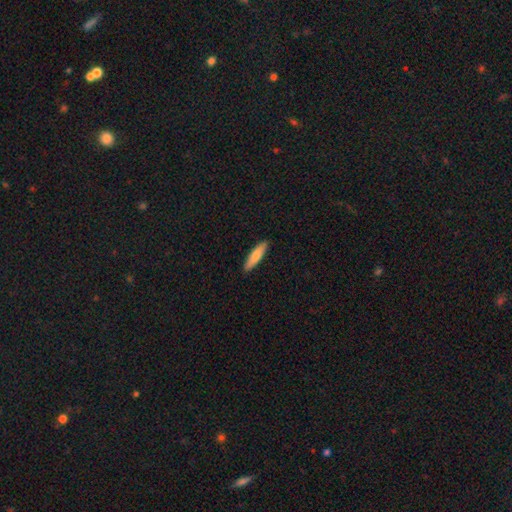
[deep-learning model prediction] A smooth galaxy with no disk features (78%) that is cigar-shaped (79%). Merging: none (90%).